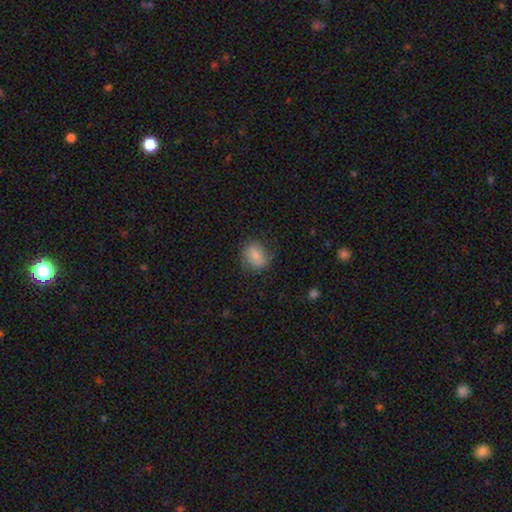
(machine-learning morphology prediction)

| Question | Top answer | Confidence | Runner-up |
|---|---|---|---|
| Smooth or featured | smooth | 79% | featured or disk (13%) |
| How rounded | round | 56% | in between (43%) |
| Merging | none | 75% | minor disturbance (18%) |